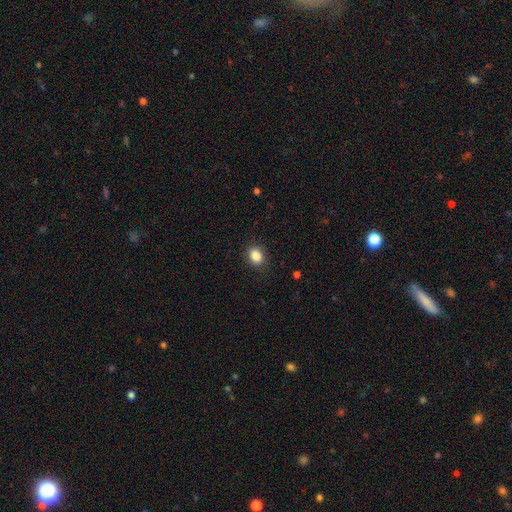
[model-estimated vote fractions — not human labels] A smooth galaxy with no disk features (86%) that is in between round and cigar-shaped (55%). Merging: none (87%).